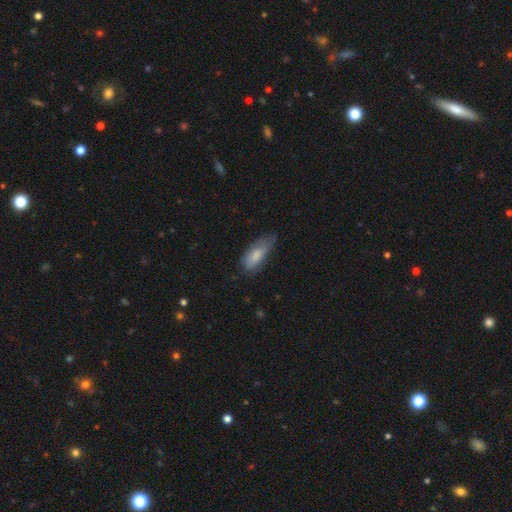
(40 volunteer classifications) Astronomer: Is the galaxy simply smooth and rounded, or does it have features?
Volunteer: smooth — 68%.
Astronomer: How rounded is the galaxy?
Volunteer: in between — 85%.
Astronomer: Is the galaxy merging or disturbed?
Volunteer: minor disturbance — 53%.